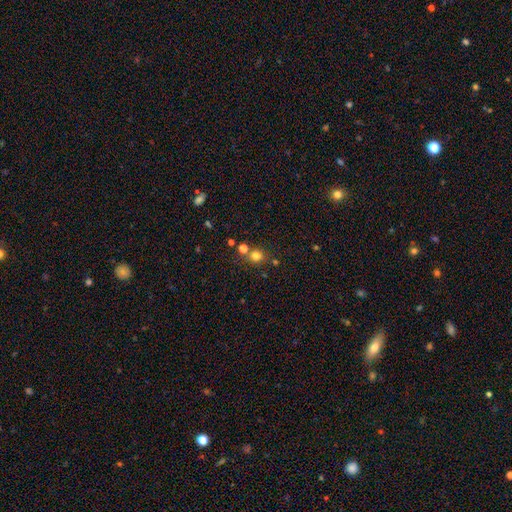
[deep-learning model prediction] A smooth galaxy with no disk features (76%) that is round (79%).

Vote fractions:
- Smooth or featured? smooth: 76% / star or artifact: 17% / featured or disk: 7%
- How rounded? round: 79% / in between: 20% / cigar-shaped: 1%
- Merging? none: 71% / merger: 16% / minor disturbance: 10% / major disturbance: 4%